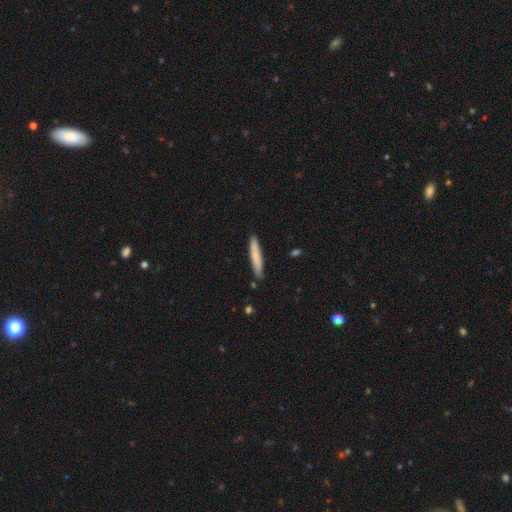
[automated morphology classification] Q: Smooth or featured?
A: smooth (77%); runner-up: featured or disk (17%)
Q: How rounded?
A: cigar-shaped (92%); runner-up: in between (6%)
Q: Merging?
A: none (87%); runner-up: minor disturbance (10%)